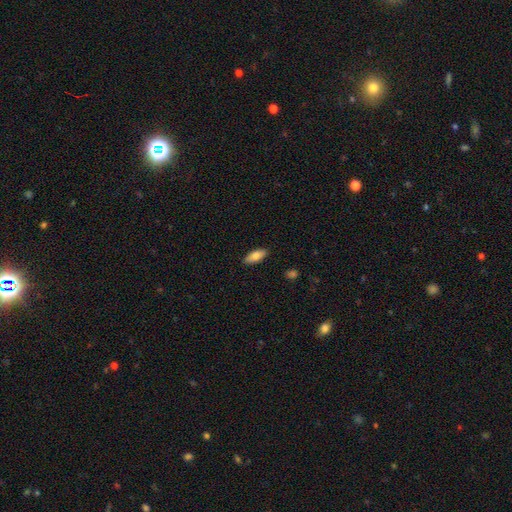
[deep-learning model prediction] smooth 79%, featured or disk 15%, star or artifact 6%. Down the decision tree: how rounded — in between (79%); merging — none (89%).